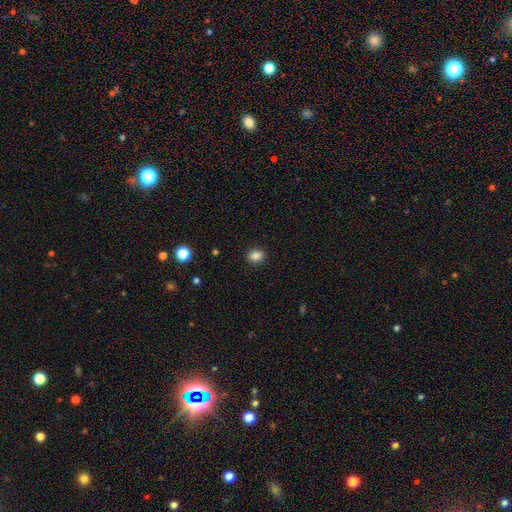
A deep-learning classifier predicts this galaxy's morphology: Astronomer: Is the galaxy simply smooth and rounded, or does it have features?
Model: smooth — 86%.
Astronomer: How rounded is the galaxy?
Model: in between — 53% (runner-up: round, 46%).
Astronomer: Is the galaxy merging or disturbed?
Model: none — 90%.